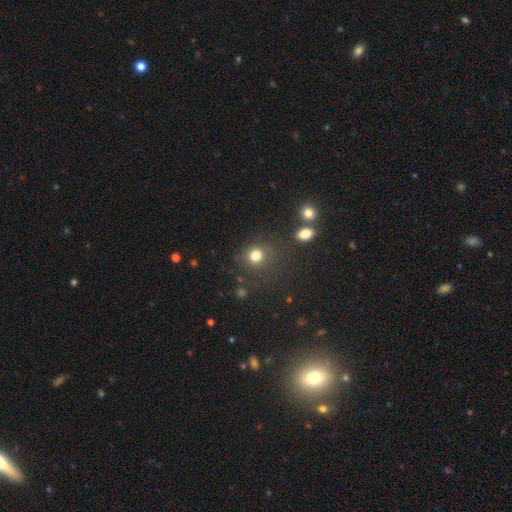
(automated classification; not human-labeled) Overall: smooth (79%). How rounded: round (87%). Merging: none (77%).